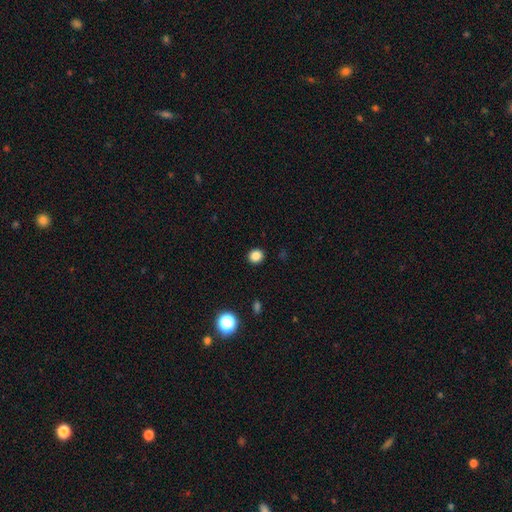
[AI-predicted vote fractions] Overall: smooth (85%). How rounded: round (85%). Merging: none (92%).